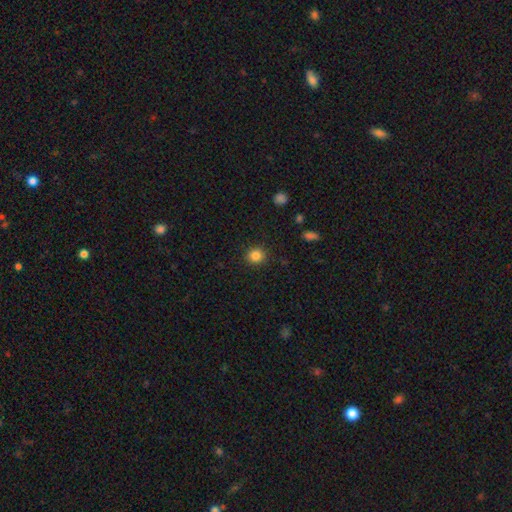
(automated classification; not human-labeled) Smooth or featured? Predicted: smooth (p=0.85). How rounded? Predicted: round (p=0.87). Merging? Predicted: none (p=0.90).